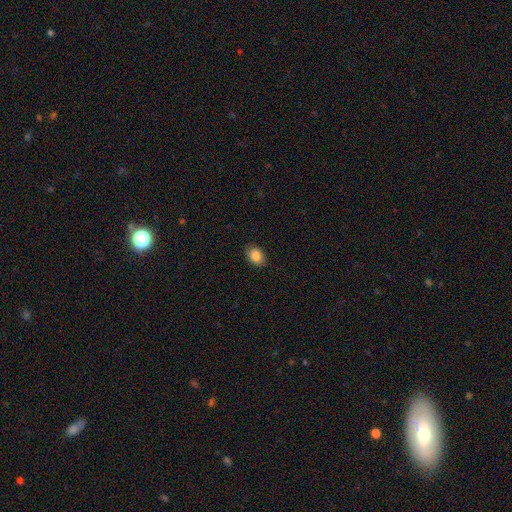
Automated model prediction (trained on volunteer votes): This appears to be a smooth galaxy with no disk features (86%) that is in between round and cigar-shaped (73%). Merging: none (85%).